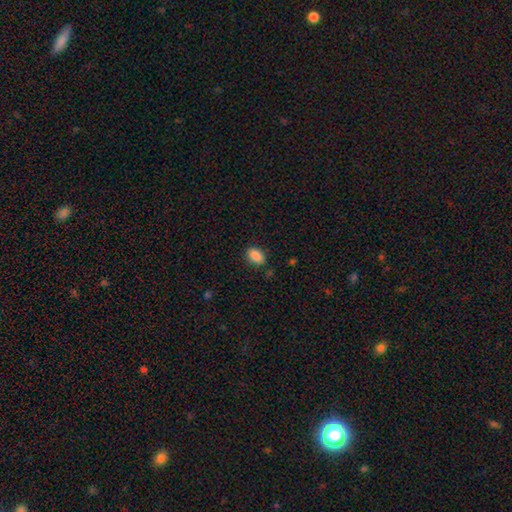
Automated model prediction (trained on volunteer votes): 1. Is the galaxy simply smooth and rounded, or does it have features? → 88% smooth, 8% star or artifact, 4% featured or disk.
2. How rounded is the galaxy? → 87% in between, 11% round, 2% cigar-shaped.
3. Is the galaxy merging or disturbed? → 84% none, 12% minor disturbance, 3% major disturbance, 2% merger.